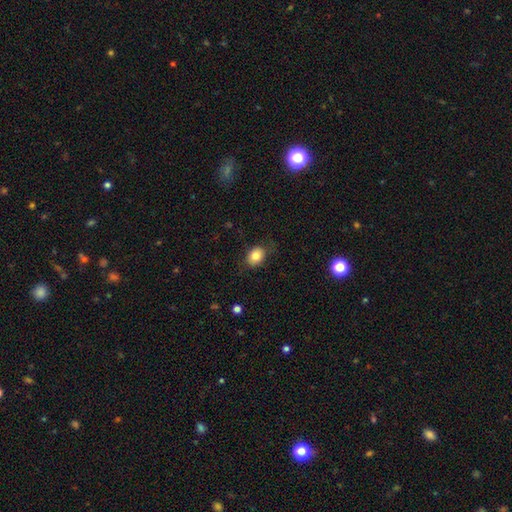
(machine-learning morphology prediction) The model was most divided on "how rounded": in between: 64%, round: 35%, cigar-shaped: 1%. More confident: smooth or featured — smooth (82%); merging — none (76%).